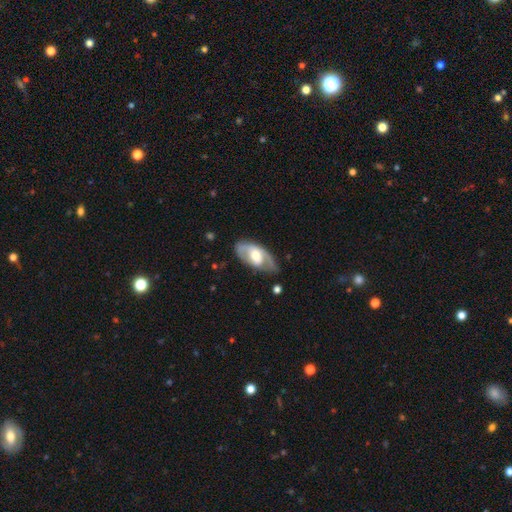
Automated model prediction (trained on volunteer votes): Smooth or featured? Predicted: featured or disk (p=0.66). Edge-on disk? Predicted: no (p=0.89). Bar? Predicted: no (p=0.46). Spiral arms? Predicted: yes (p=0.67). Bulge size? Predicted: moderate (p=0.58). Merging? Predicted: none (p=0.61).